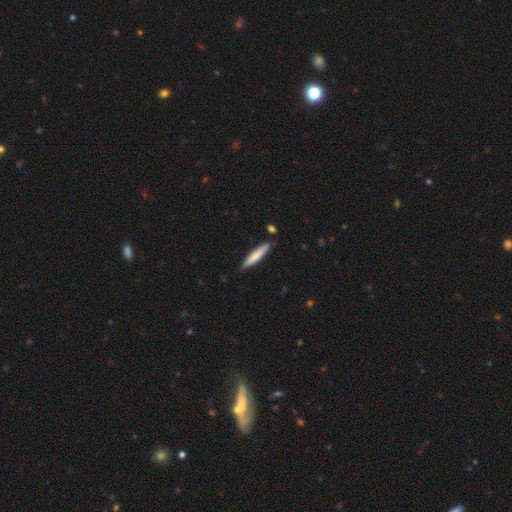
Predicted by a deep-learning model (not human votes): Smooth or featured?
  - smooth: 71% *
  - featured or disk: 24%
  - star or artifact: 5%
How rounded?
  - cigar-shaped: 90% *
  - in between: 9%
  - round: 1%
Merging?
  - none: 85% *
  - minor disturbance: 10%
  - merger: 3%
  - major disturbance: 2%